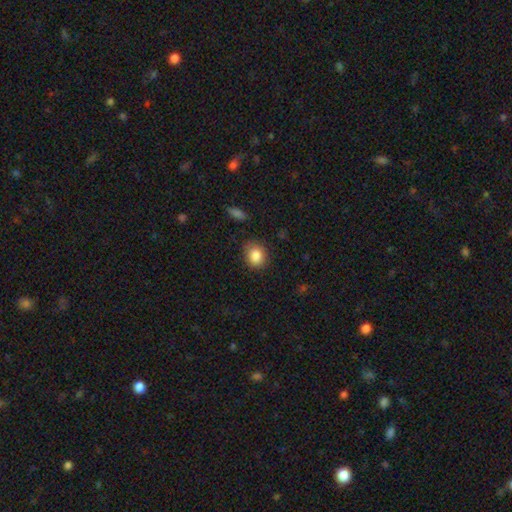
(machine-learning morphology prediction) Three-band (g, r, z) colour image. It shows a smooth galaxy with no disk features (86%) that is round (63%). Merging: none (80%).